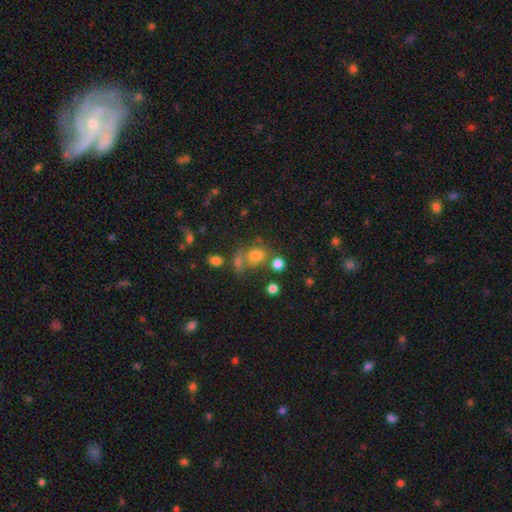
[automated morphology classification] Smooth or featured: smooth — 72% (star or artifact — 18%)
How rounded: round — 66% (in between — 32%)
Merging: none — 49% (merger — 30%)